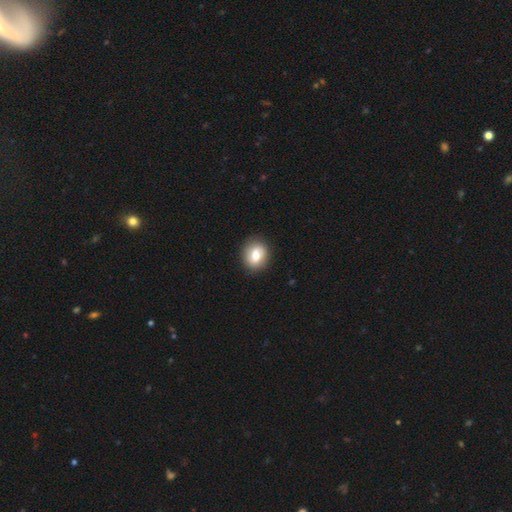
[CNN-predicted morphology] This is likely a smooth galaxy (66%). How rounded: likely round (62%). Merging: clearly none (85%).